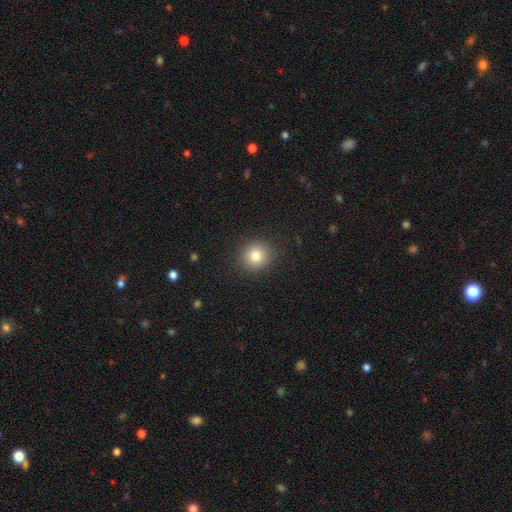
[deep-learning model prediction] Q: Smooth or featured?
A: smooth (80%); runner-up: star or artifact (12%)
Q: How rounded?
A: round (89%); runner-up: in between (10%)
Q: Merging?
A: none (90%); runner-up: minor disturbance (7%)